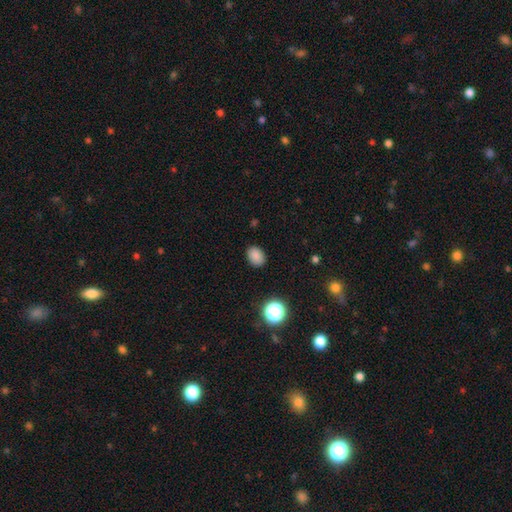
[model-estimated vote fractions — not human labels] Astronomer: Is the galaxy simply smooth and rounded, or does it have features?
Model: smooth — 85%.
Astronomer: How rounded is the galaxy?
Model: in between — 66%.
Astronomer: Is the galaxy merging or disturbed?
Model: none — 87%.